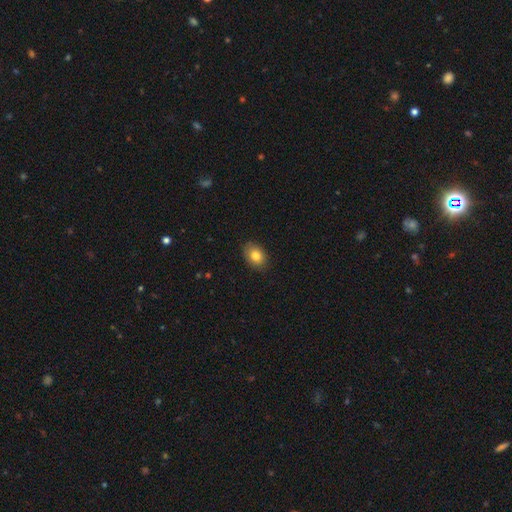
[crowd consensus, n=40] This appears to be a smooth galaxy with no disk features (85%) that is in between round and cigar-shaped (82%). Merging: none (86%).